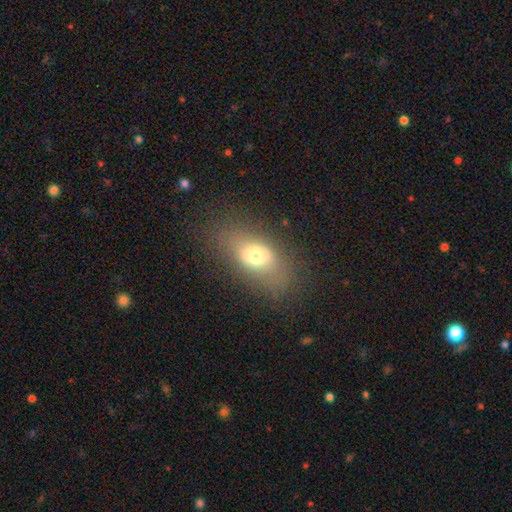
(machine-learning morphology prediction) smooth-or-featured: smooth: 68% | featured or disk: 20% | star or artifact: 12%
  how-rounded: in between: 80% | round: 14% | cigar-shaped: 6%
  merging: none: 75% | minor disturbance: 15% | major disturbance: 9% | merger: 1%